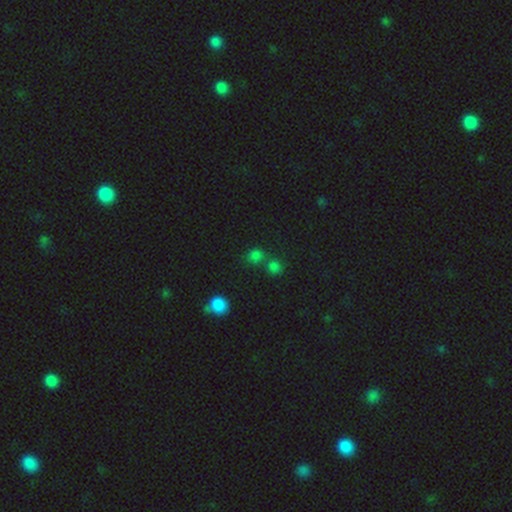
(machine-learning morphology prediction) smooth-or-featured: smooth: 67% | star or artifact: 28% | featured or disk: 6%
  how-rounded: round: 78% | in between: 20% | cigar-shaped: 2%
  merging: none: 51% | merger: 36% | minor disturbance: 9% | major disturbance: 5%